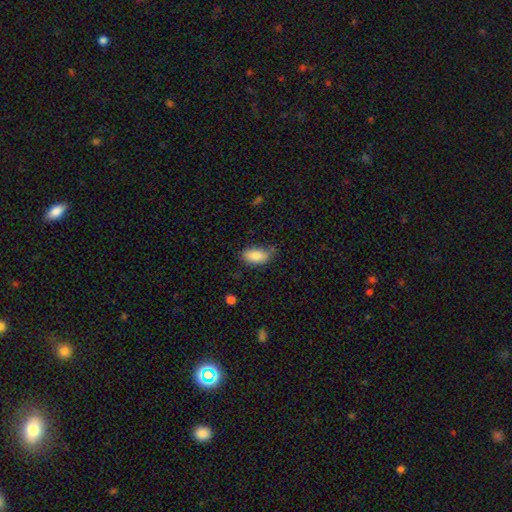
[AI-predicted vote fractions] Smooth or featured?
  - smooth: 85% *
  - featured or disk: 8%
  - star or artifact: 7%
How rounded?
  - in between: 92% *
  - round: 4%
  - cigar-shaped: 4%
Merging?
  - none: 59% *
  - minor disturbance: 31%
  - major disturbance: 7%
  - merger: 3%